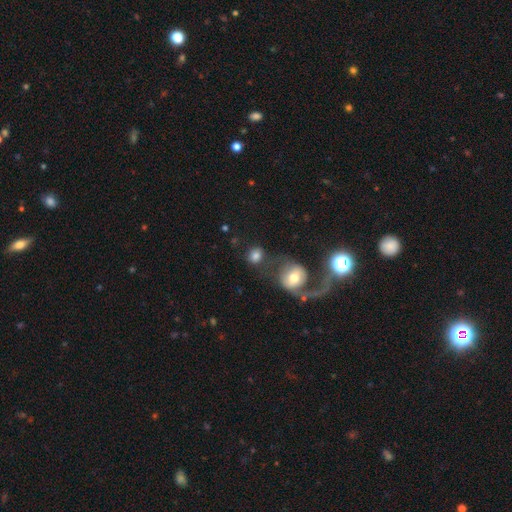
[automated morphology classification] type=smooth (76%); roundness=round (73%); merging=none (51%).